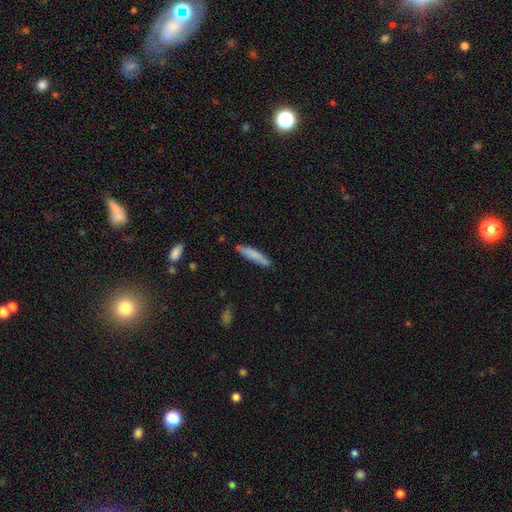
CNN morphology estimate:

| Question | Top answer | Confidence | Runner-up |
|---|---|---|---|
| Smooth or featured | smooth | 79% | featured or disk (15%) |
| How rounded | cigar-shaped | 86% | in between (12%) |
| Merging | none | 82% | minor disturbance (14%) |